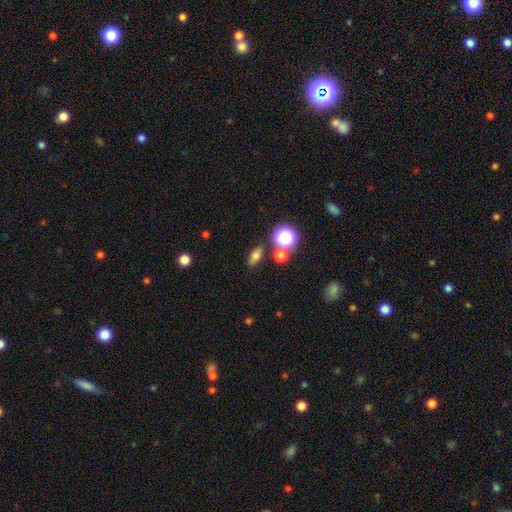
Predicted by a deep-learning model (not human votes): Smooth or featured? smooth (67%)
How rounded? in between (67%)
Merging? none (79%)